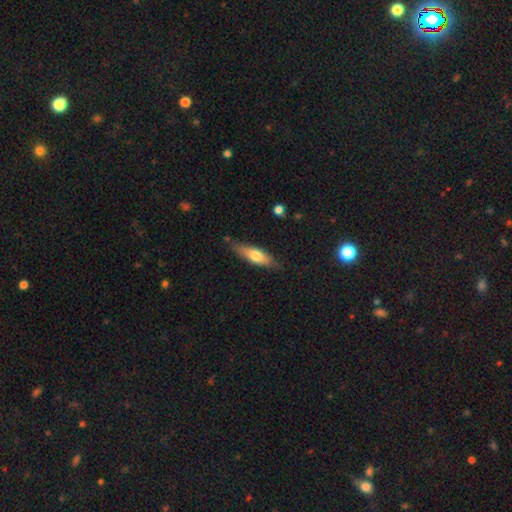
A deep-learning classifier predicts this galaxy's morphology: smooth-or-featured: smooth: 64% | featured or disk: 30% | star or artifact: 6%
  how-rounded: cigar-shaped: 53% | in between: 45% | round: 2%
  merging: none: 76% | minor disturbance: 18% | major disturbance: 3% | merger: 2%